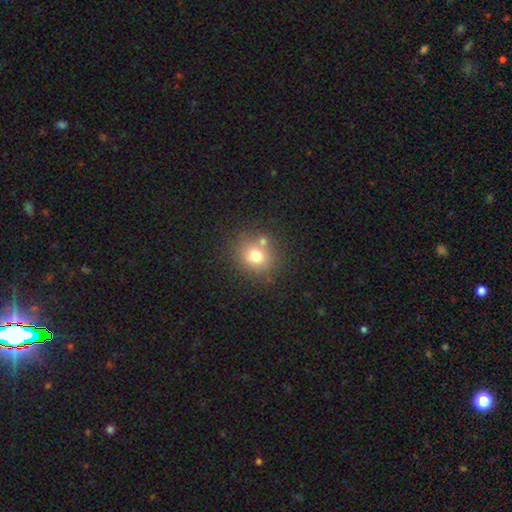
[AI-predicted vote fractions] A smooth galaxy with no disk features (74%) that is round (76%). Merging: none (71%).